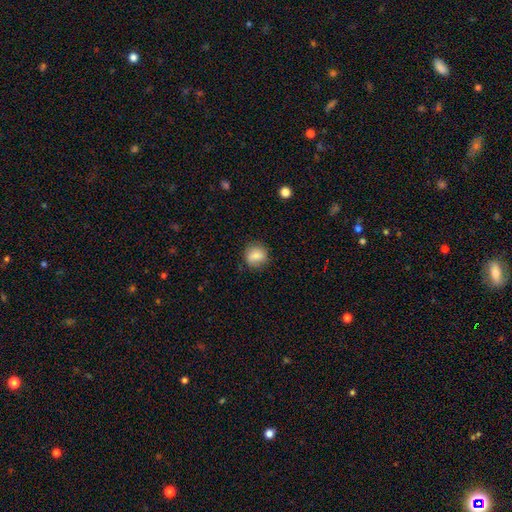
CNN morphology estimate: Smooth or featured: smooth — 84% (star or artifact — 8%)
How rounded: round — 78% (in between — 21%)
Merging: none — 78% (minor disturbance — 17%)